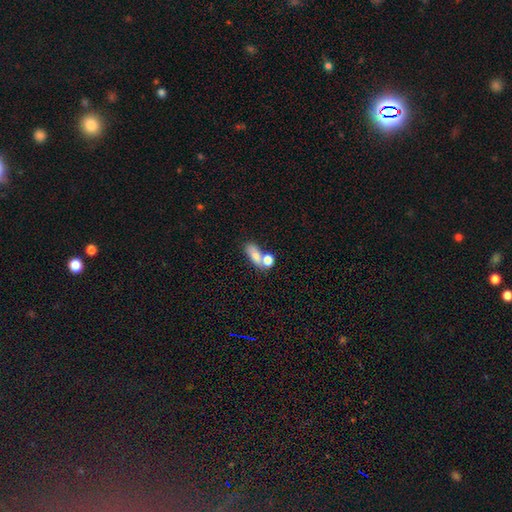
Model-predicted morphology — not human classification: A smooth galaxy with no disk features (75%) that is in between round and cigar-shaped (72%). Merging: merger (43%).